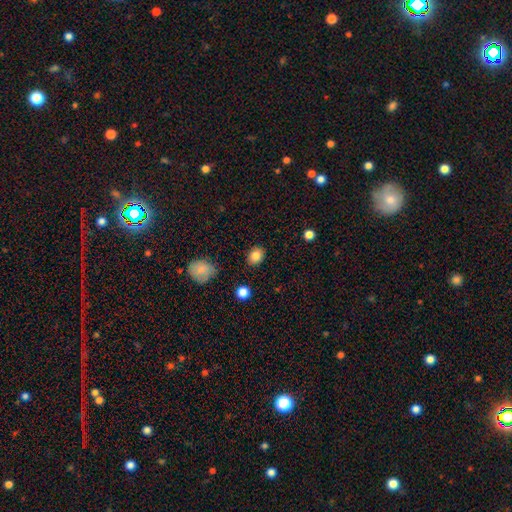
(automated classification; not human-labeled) Smooth or featured?
  - smooth: 85% *
  - star or artifact: 10%
  - featured or disk: 5%
How rounded?
  - round: 51% *
  - in between: 48%
  - cigar-shaped: 1%
Merging?
  - none: 86% *
  - minor disturbance: 10%
  - major disturbance: 3%
  - merger: 2%